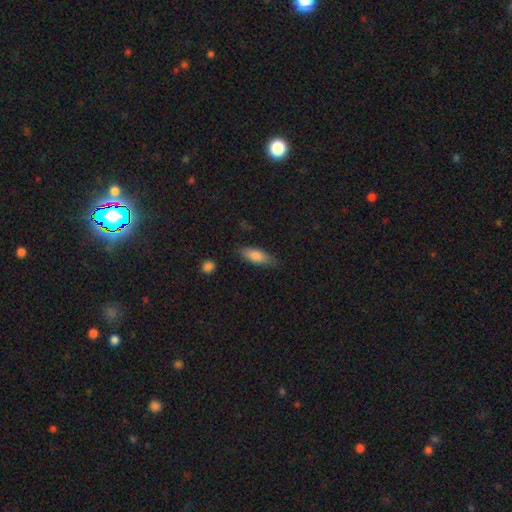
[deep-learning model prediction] Q: Smooth or featured?
A: smooth (83%); runner-up: featured or disk (11%)
Q: How rounded?
A: in between (68%); runner-up: cigar-shaped (30%)
Q: Merging?
A: none (78%); runner-up: minor disturbance (17%)